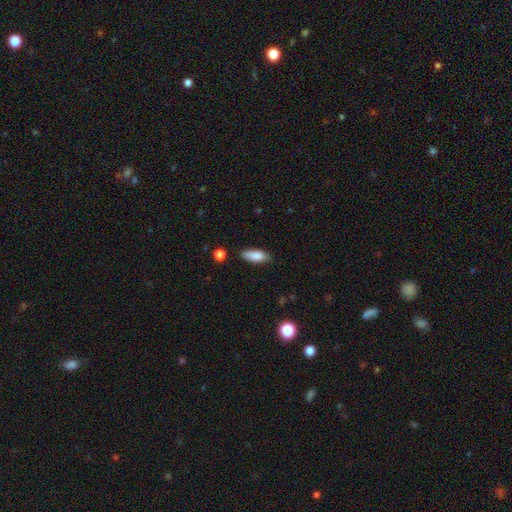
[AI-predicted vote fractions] A smooth galaxy with no disk features (87%) that is in between round and cigar-shaped (76%).

Vote fractions:
- Smooth or featured? smooth: 87% / star or artifact: 7% / featured or disk: 7%
- How rounded? in between: 76% / cigar-shaped: 22% / round: 2%
- Merging? none: 80% / minor disturbance: 15% / major disturbance: 3% / merger: 2%